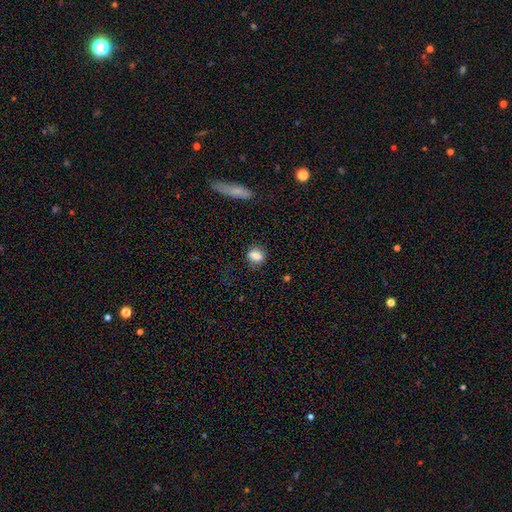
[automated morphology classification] smooth_or_featured: smooth (p=0.83) [alt: star or artifact p=0.10]
how_rounded: in between (p=0.50) [alt: round p=0.48]
merging: none (p=0.75) [alt: minor disturbance p=0.17]